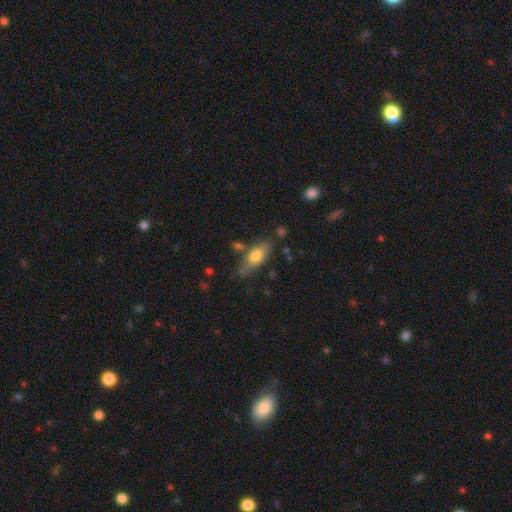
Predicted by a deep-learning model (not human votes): Smooth or featured? Predicted: smooth (p=0.72). How rounded? Predicted: in between (p=0.77). Merging? Predicted: none (p=0.66).